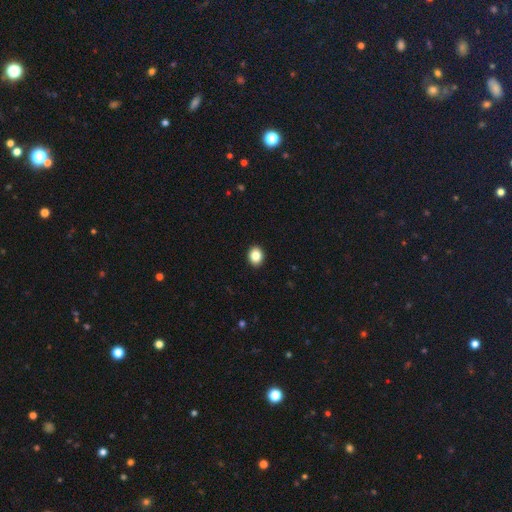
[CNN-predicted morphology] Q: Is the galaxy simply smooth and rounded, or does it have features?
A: smooth — 86%.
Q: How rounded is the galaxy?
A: round — 55%.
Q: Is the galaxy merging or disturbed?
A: none — 92%.